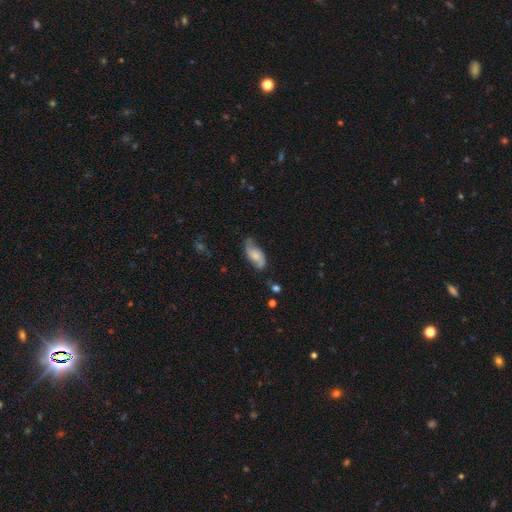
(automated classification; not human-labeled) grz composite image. It shows a featured or disk galaxy (48%). Merging: none (58%).